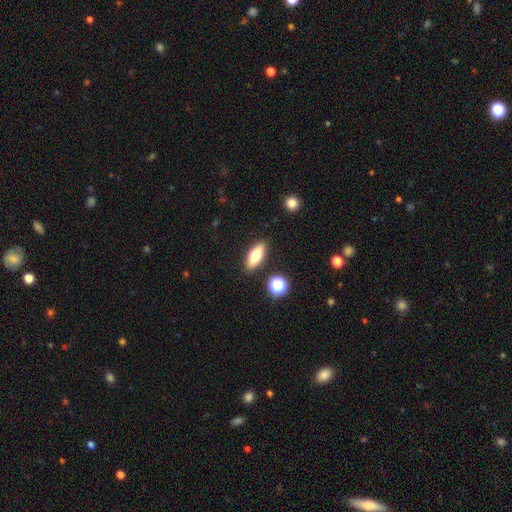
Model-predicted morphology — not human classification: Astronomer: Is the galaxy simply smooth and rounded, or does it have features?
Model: smooth — 70%.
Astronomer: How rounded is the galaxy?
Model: in between — 69%.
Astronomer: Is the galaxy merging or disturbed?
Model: none — 87%.